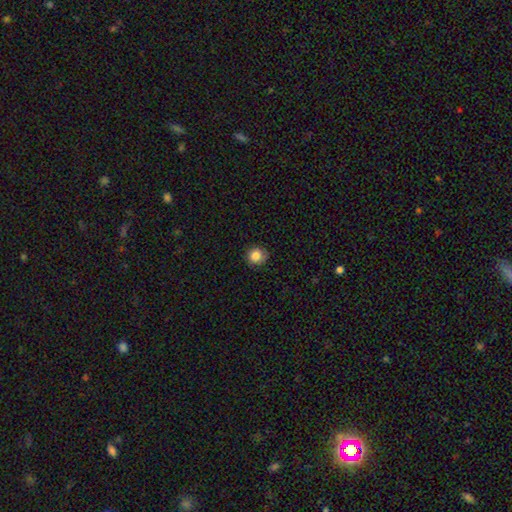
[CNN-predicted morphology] This appears to be a smooth galaxy with no disk features (85%) that is round (88%). Merging: none (82%).